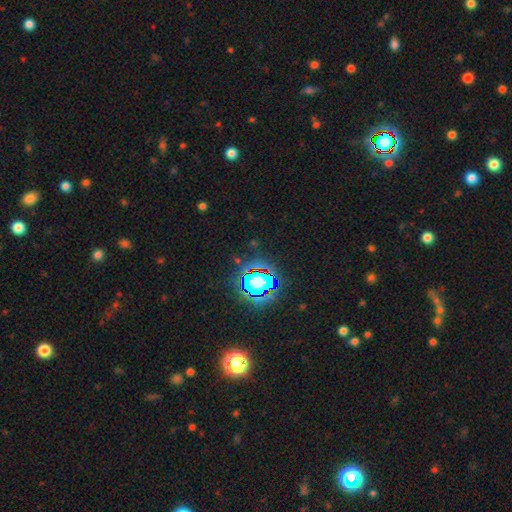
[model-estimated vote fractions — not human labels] A star or artifact, not a galaxy (79%).

Vote fractions:
- Smooth or featured? star or artifact: 79% / smooth: 13% / featured or disk: 8%